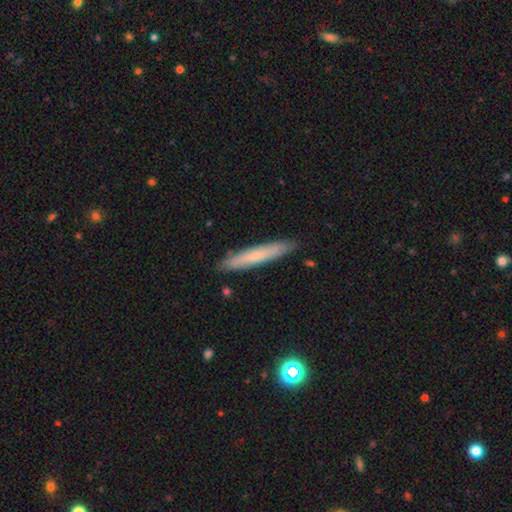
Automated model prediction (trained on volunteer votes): smooth_or_featured: smooth (p=0.66) [alt: featured or disk p=0.28]
how_rounded: cigar-shaped (p=0.94) [alt: in between p=0.04]
merging: none (p=0.89) [alt: minor disturbance p=0.08]